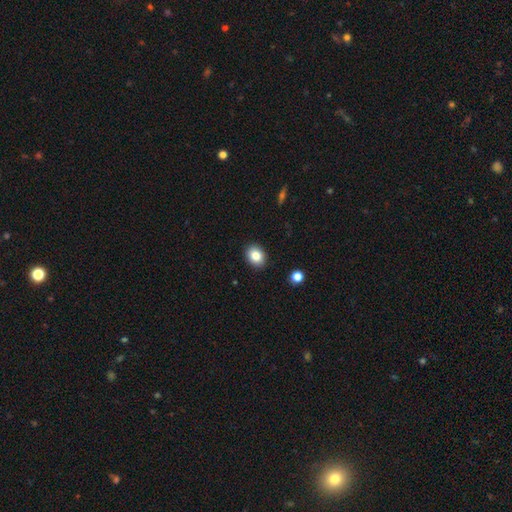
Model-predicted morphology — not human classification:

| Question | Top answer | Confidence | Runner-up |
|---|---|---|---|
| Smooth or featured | smooth | 85% | star or artifact (9%) |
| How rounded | in between | 55% | round (44%) |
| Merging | none | 90% | minor disturbance (7%) |